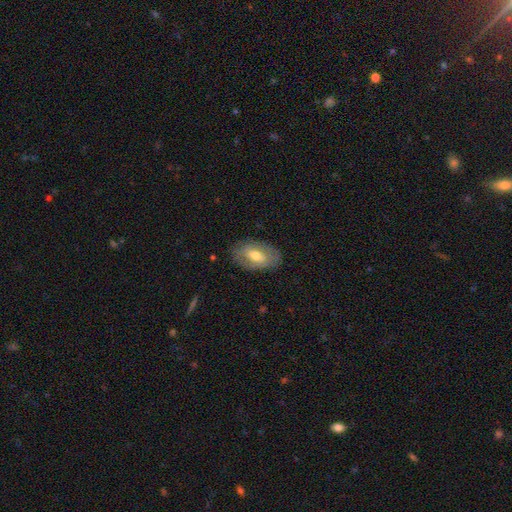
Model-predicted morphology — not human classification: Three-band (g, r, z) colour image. It shows a smooth galaxy with no disk features (52%) that is in between round and cigar-shaped (90%). Merging: none (81%).